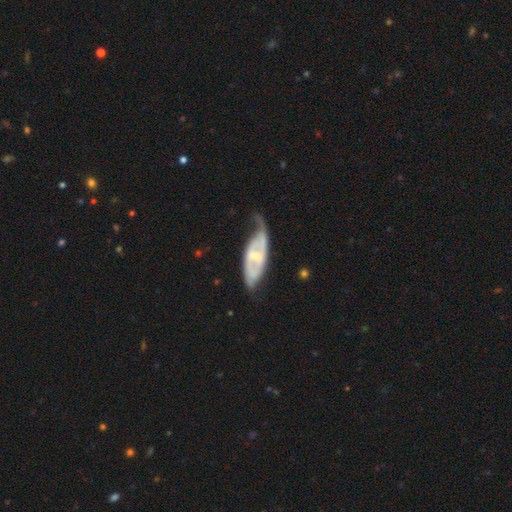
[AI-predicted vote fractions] featured or disk 74%, smooth 21%, star or artifact 5%. Down the decision tree: edge-on disk — no (87%); bar — weak (43%); spiral arms — yes (80%); spiral arm count — 2 (62%); spiral winding — medium (40%); bulge size — small (59%); merging — none (38%).